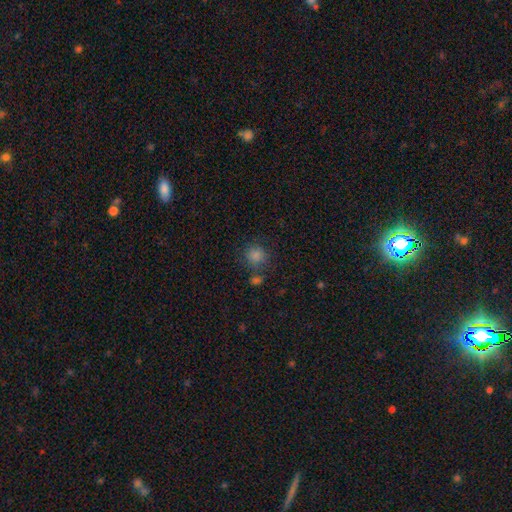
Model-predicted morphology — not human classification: Smooth or featured?
  - smooth: 82% *
  - star or artifact: 12%
  - featured or disk: 5%
How rounded?
  - round: 86% *
  - in between: 13%
  - cigar-shaped: 1%
Merging?
  - none: 70% *
  - minor disturbance: 13%
  - merger: 11%
  - major disturbance: 6%